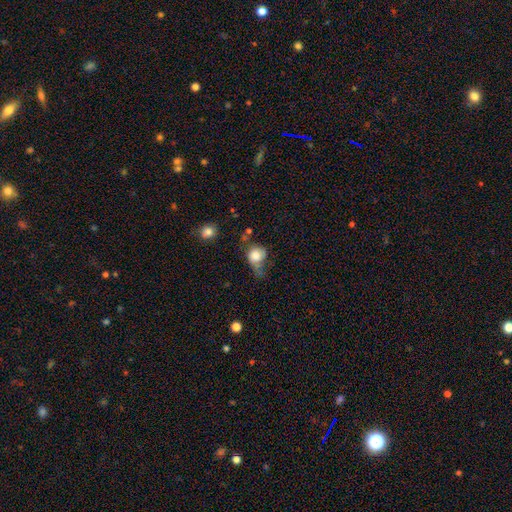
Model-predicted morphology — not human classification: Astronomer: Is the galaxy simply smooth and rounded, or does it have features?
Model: smooth — 77%.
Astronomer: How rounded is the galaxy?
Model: round — 75%.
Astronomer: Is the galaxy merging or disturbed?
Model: minor disturbance — 30%, tied with none at 30%.